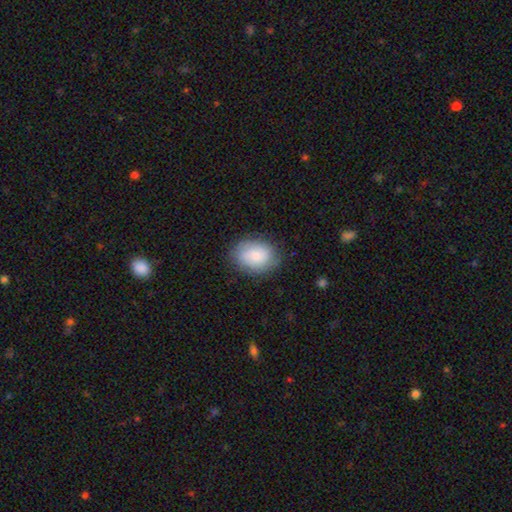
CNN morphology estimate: Overall: smooth (81%). How rounded: in between (66%; round 33%). Merging: none (80%).